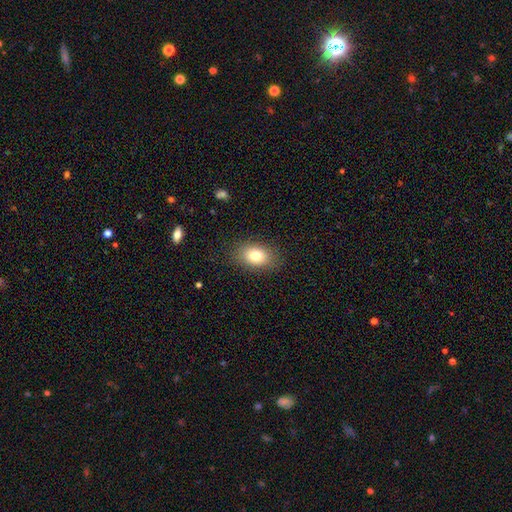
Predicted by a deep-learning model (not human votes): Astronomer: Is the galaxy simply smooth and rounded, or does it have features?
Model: smooth — 78%.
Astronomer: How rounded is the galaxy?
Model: in between — 79%.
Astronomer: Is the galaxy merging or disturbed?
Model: none — 86%.